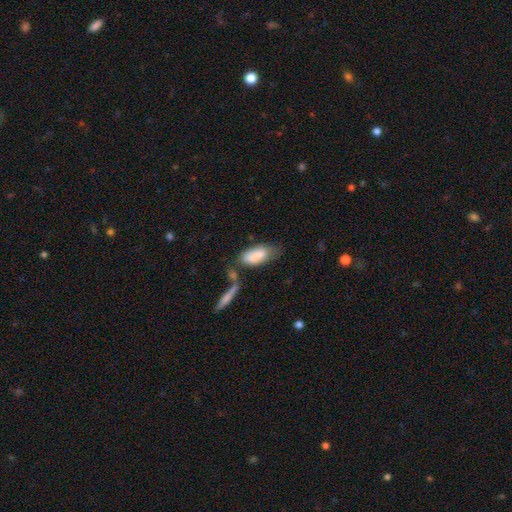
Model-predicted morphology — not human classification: smooth_or_featured: smooth (p=0.82) [alt: featured or disk p=0.11]
how_rounded: in between (p=0.87) [alt: cigar-shaped p=0.11]
merging: none (p=0.41) [alt: minor disturbance p=0.26]